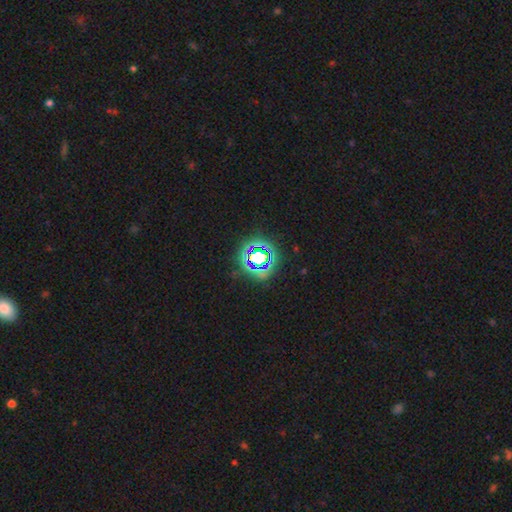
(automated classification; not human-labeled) Smooth or featured?
  - star or artifact: 64% *
  - smooth: 23%
  - featured or disk: 13%